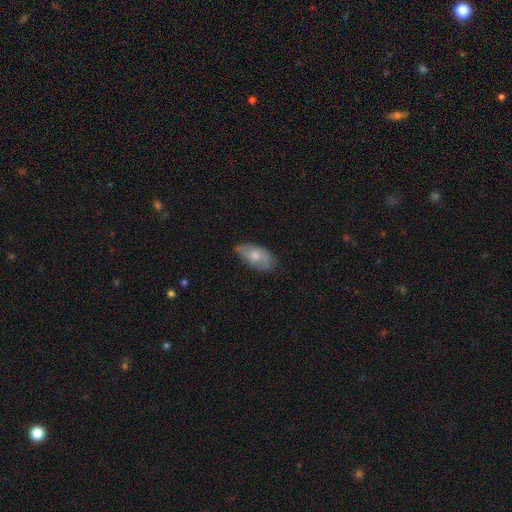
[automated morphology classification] This is likely a smooth galaxy (64%). How rounded: clearly in between (92%). Merging: possibly none (59%).